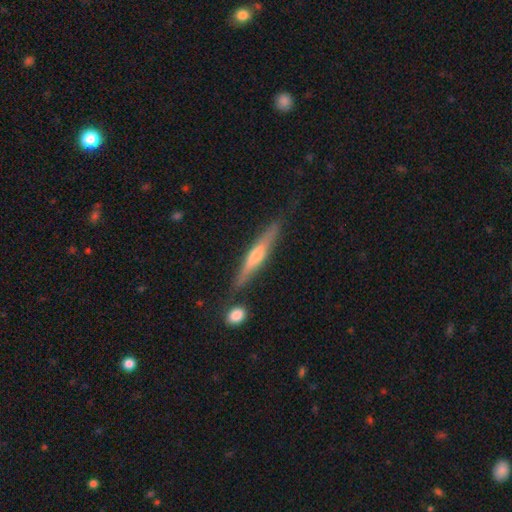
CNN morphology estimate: Smooth or featured? featured or disk (54%)
Edge-on disk? yes (95%)
Edge-on bulge? rounded (58%)
Merging? none (78%)